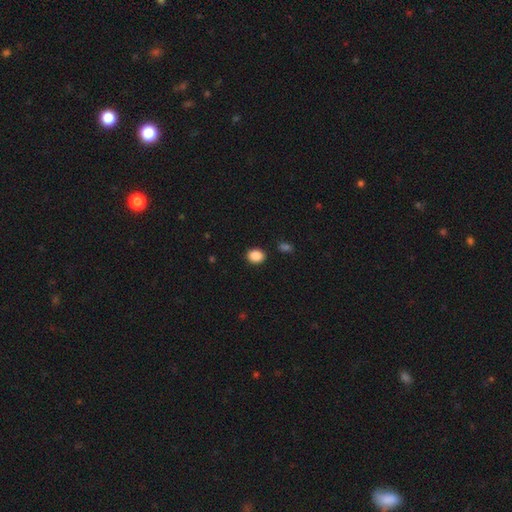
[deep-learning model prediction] smooth_or_featured: smooth (p=0.88) [alt: star or artifact p=0.09]
how_rounded: round (p=0.54) [alt: in between p=0.45]
merging: none (p=0.88) [alt: minor disturbance p=0.07]